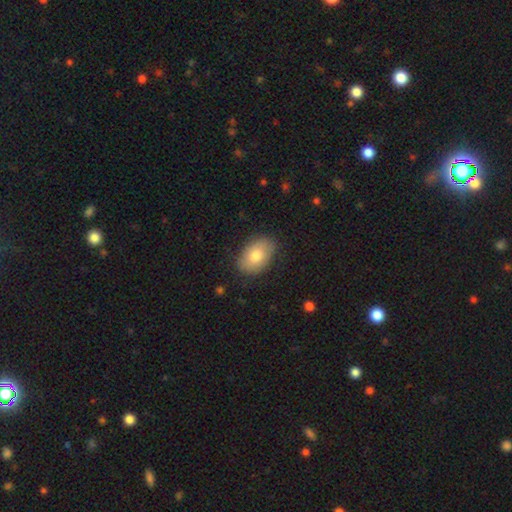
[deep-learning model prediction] Smooth or featured? smooth (77%)
How rounded? in between (88%)
Merging? none (83%)